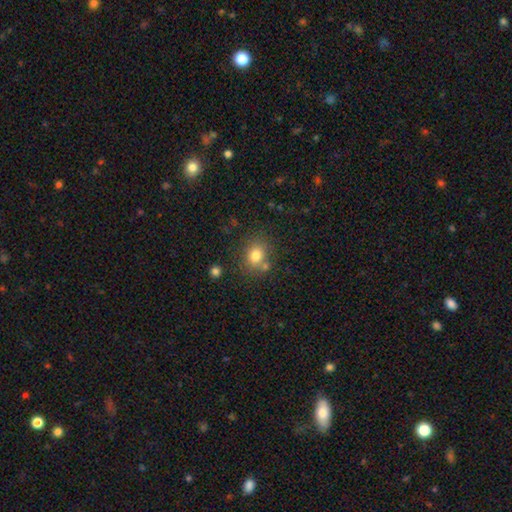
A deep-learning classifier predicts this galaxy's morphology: This appears to be a smooth galaxy with no disk features (78%) that is round (63%). Merging: none (68%).